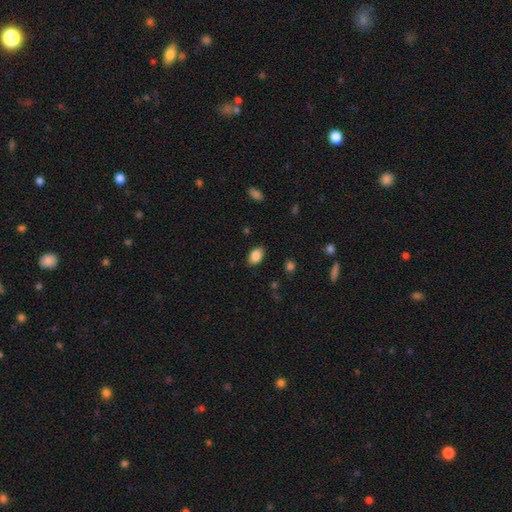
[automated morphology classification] smooth_or_featured: smooth (p=0.87) [alt: star or artifact p=0.08]
how_rounded: in between (p=0.87) [alt: round p=0.12]
merging: none (p=0.85) [alt: minor disturbance p=0.11]